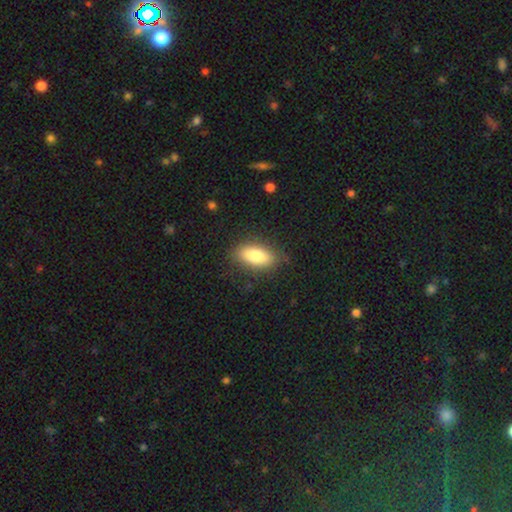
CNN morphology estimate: Smooth or featured? smooth (80%)
How rounded? in between (84%)
Merging? none (83%)